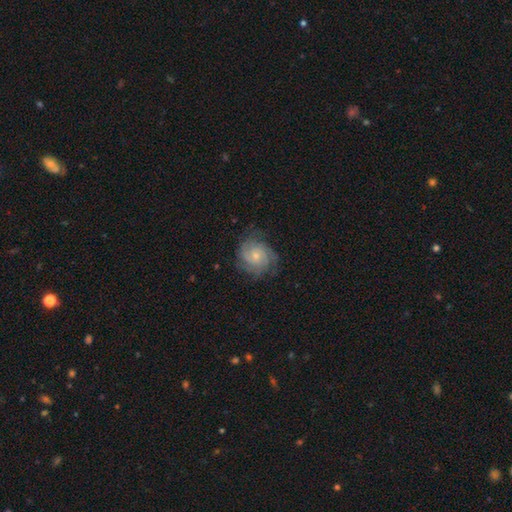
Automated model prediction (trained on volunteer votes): Smooth or featured?
  - featured or disk: 76% *
  - smooth: 17%
  - star or artifact: 7%
Edge-on disk?
  - no: 98% *
  - yes: 2%
Bar?
  - no: 77% *
  - weak: 20%
  - strong: 3%
Spiral arms?
  - yes: 95% *
  - no: 5%
Spiral winding?
  - tight: 59% *
  - medium: 32%
  - loose: 8%
Spiral arm count?
  - can't tell: 28% *
  - 3: 25%
  - 2: 20%
  - 4: 15%
  - more than 4: 6%
  - 1: 6%
Bulge size?
  - small: 68% *
  - moderate: 27%
  - none: 3%
  - large: 2%
  - dominant: 1%
Merging?
  - none: 73% *
  - minor disturbance: 18%
  - major disturbance: 8%
  - merger: 1%